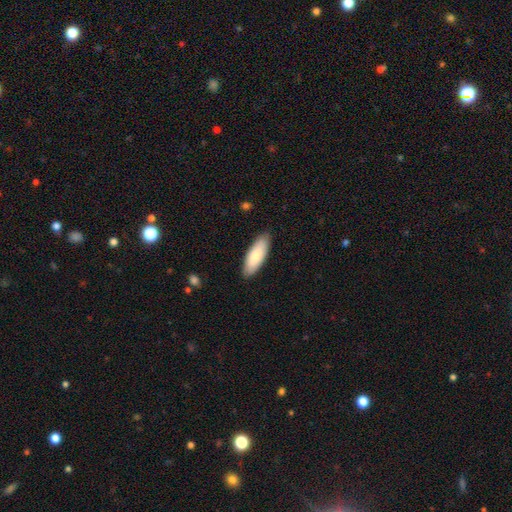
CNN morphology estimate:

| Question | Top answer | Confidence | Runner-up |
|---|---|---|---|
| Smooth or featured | smooth | 82% | featured or disk (13%) |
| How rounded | in between | 68% | cigar-shaped (30%) |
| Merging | none | 86% | minor disturbance (11%) |